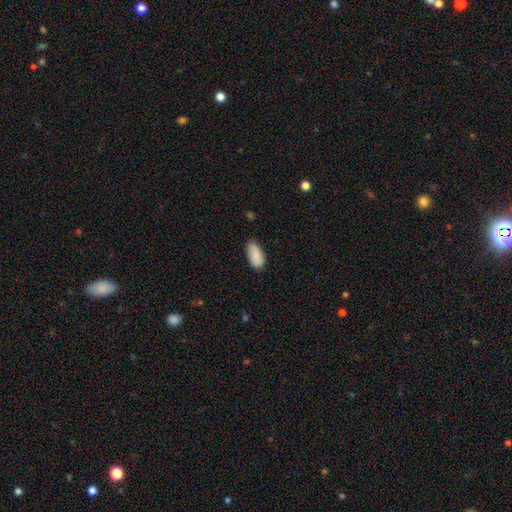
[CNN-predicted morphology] Smooth or featured?
  - smooth: 85% *
  - featured or disk: 9%
  - star or artifact: 6%
How rounded?
  - in between: 93% *
  - cigar-shaped: 5%
  - round: 2%
Merging?
  - none: 72% *
  - minor disturbance: 24%
  - major disturbance: 3%
  - merger: 1%